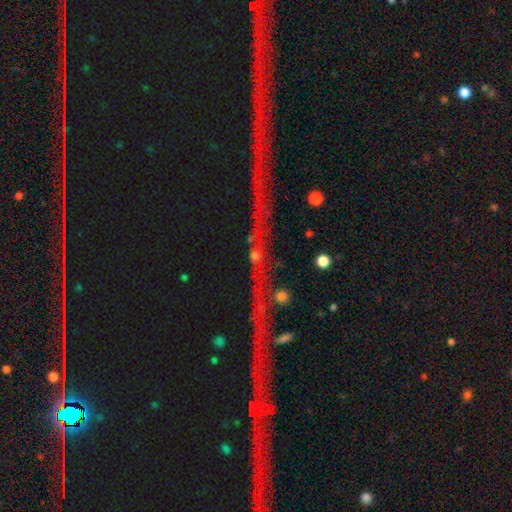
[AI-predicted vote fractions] Overall: star or artifact (64%).